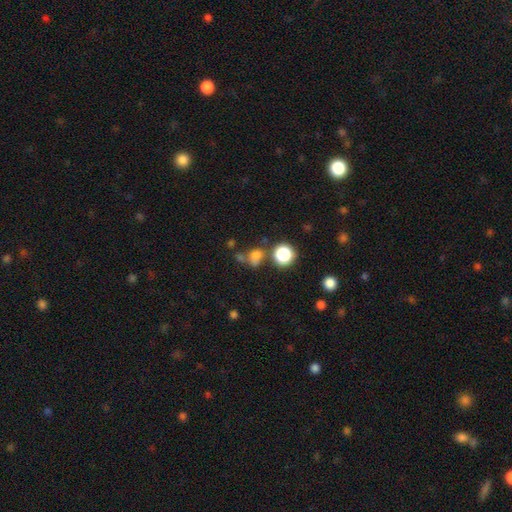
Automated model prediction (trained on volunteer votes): Q: Smooth or featured?
A: smooth (68%); runner-up: star or artifact (23%)
Q: How rounded?
A: round (67%); runner-up: in between (31%)
Q: Merging?
A: none (51%); runner-up: merger (26%)